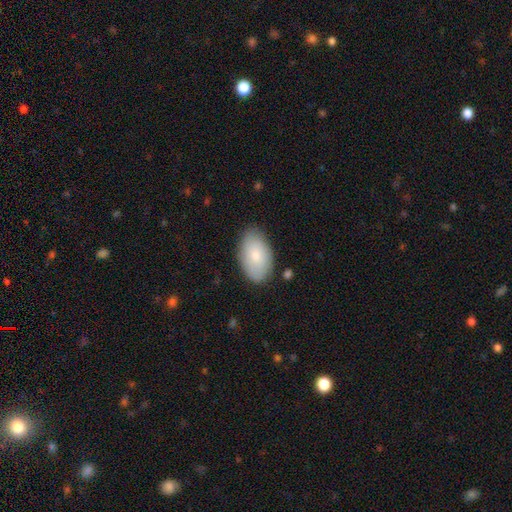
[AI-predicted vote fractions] Morphology: type=smooth (79%); roundness=in between (94%); merging=none (82%).